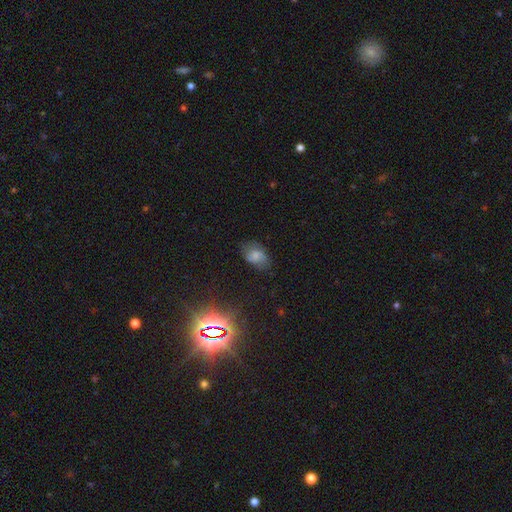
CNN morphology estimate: Smooth or featured?
  - smooth: 57% *
  - featured or disk: 28%
  - star or artifact: 15%
How rounded?
  - in between: 84% *
  - round: 14%
  - cigar-shaped: 2%
Merging?
  - none: 66% *
  - minor disturbance: 24%
  - major disturbance: 8%
  - merger: 2%